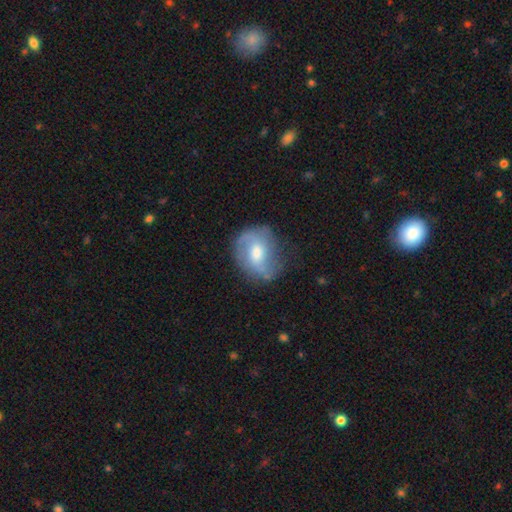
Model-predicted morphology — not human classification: The model was most divided on "spiral winding": medium: 44%, loose: 36%, tight: 20%. More confident: edge-on disk — no (97%); spiral arms — yes (84%); spiral arm count — 2 (72%); merging — none (66%); smooth or featured — featured or disk (62%); bulge size — moderate (60%); bar — weak (51%).